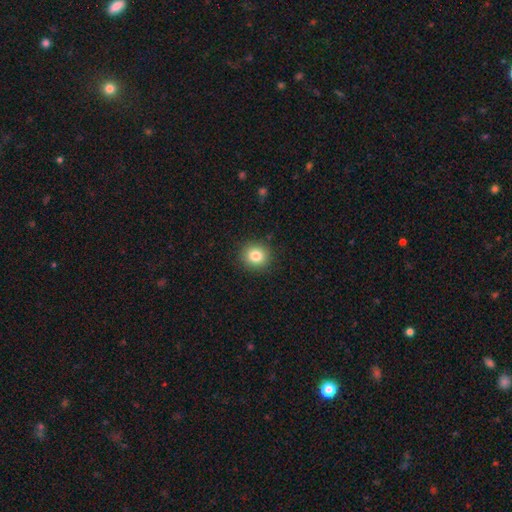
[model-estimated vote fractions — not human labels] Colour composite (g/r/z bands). It shows a smooth galaxy with no disk features (82%) that is round (87%). Merging: none (90%).